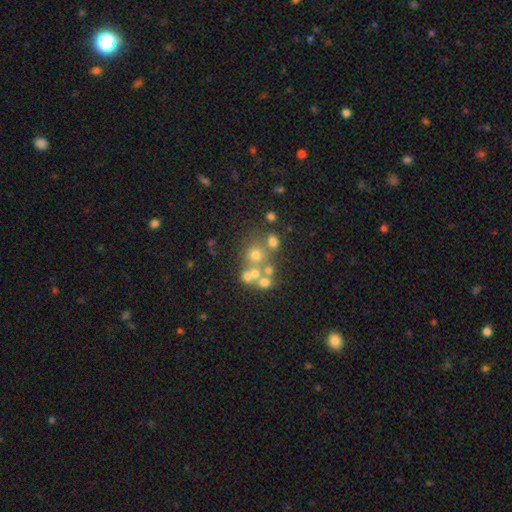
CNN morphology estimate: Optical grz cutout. It shows a smooth galaxy with no disk features (44%). Merging: none (48%).